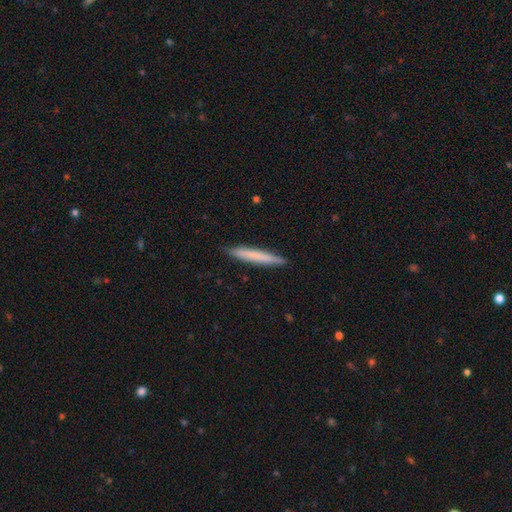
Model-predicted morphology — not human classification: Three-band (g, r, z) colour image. It shows a smooth galaxy with no disk features (70%) that is cigar-shaped (96%). Merging: none (90%).